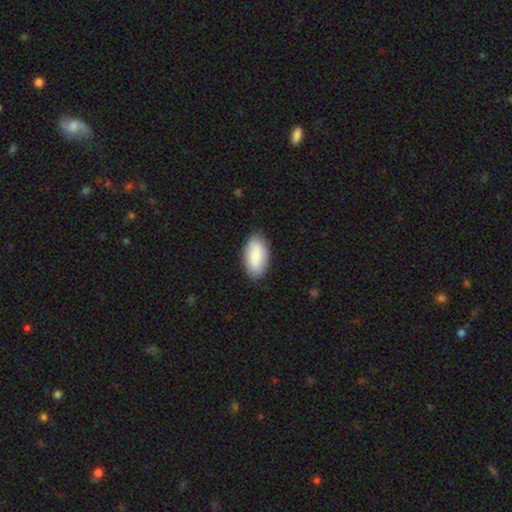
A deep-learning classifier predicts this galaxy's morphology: smooth-or-featured: smooth: 82% | featured or disk: 12% | star or artifact: 6%
  how-rounded: in between: 94% | cigar-shaped: 4% | round: 3%
  merging: none: 86% | minor disturbance: 10% | major disturbance: 2% | merger: 1%